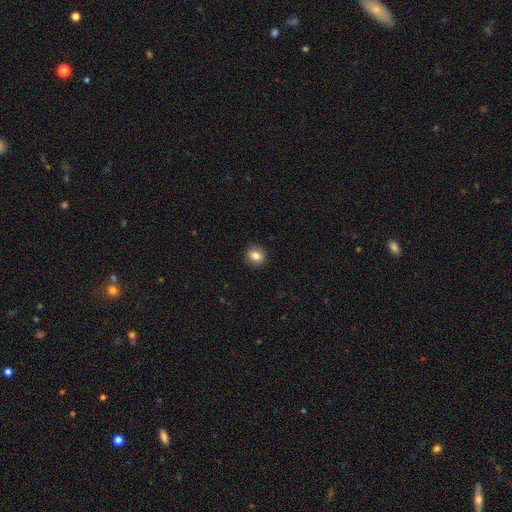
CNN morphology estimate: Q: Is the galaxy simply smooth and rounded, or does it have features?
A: smooth — 83%.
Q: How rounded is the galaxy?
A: round — 76%.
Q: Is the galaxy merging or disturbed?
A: none — 90%.